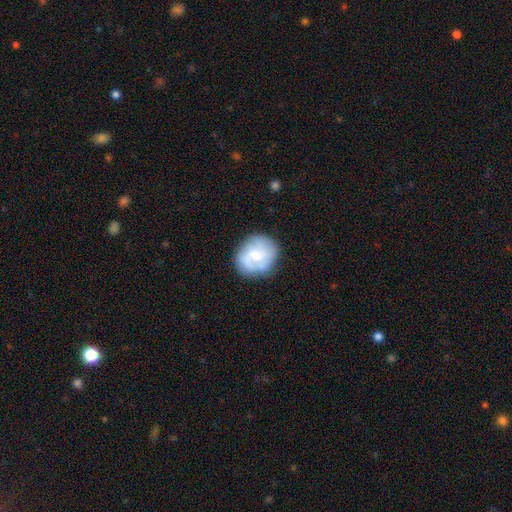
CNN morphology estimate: Overall: smooth (52%; featured or disk 41%). How rounded: round (69%; in between 30%). Merging: none (70%).